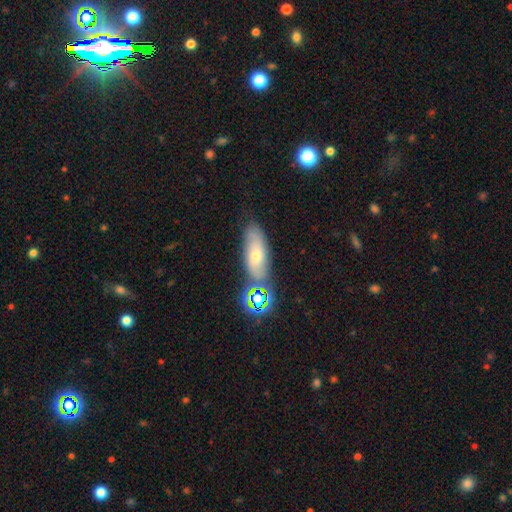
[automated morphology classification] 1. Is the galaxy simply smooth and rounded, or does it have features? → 48% smooth, 35% featured or disk, 17% star or artifact.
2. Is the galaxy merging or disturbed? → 69% none, 17% minor disturbance, 9% merger, 5% major disturbance.